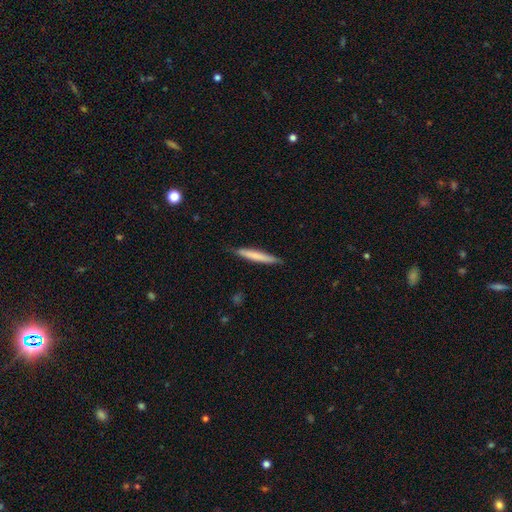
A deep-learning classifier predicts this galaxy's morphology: A smooth galaxy with no disk features (70%) that is cigar-shaped (95%). Merging: none (86%).